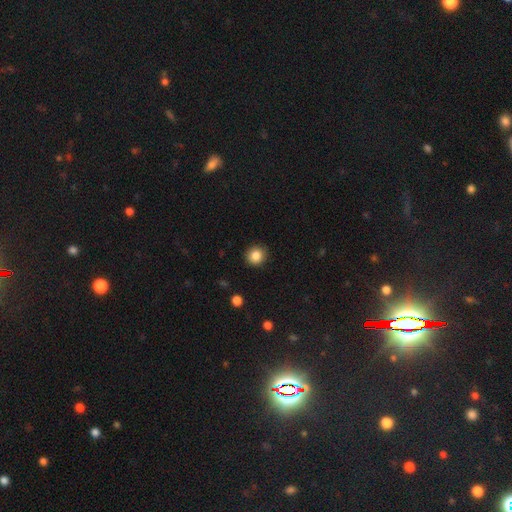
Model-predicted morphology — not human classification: Q: Smooth or featured?
A: smooth (85%); runner-up: star or artifact (10%)
Q: How rounded?
A: round (90%); runner-up: in between (9%)
Q: Merging?
A: none (92%); runner-up: minor disturbance (6%)